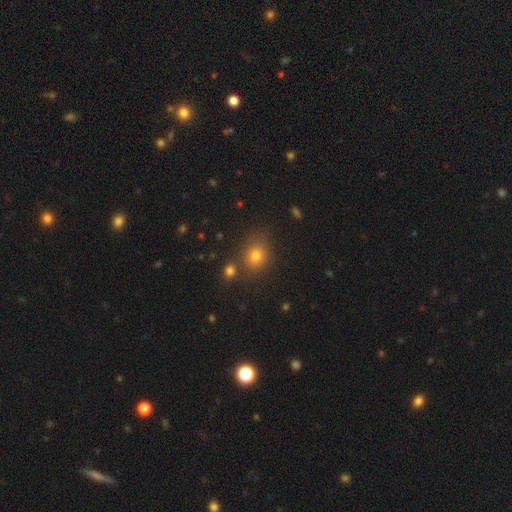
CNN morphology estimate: smooth 74%, star or artifact 17%, featured or disk 9%. Down the decision tree: how rounded — round (56%); merging — none (72%).